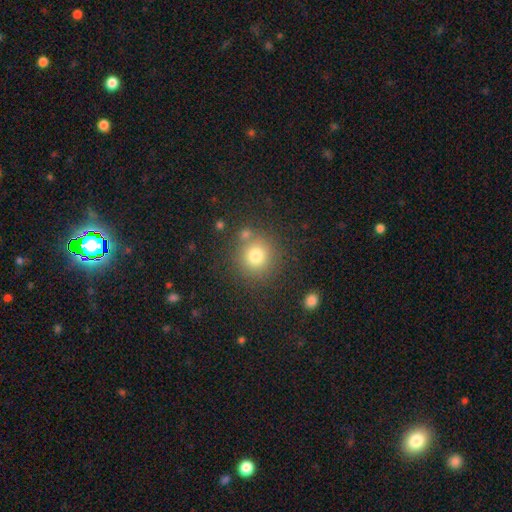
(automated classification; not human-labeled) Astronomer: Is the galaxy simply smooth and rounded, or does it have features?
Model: smooth — 77%.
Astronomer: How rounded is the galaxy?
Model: round — 92%.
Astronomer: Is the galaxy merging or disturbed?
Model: none — 79%.